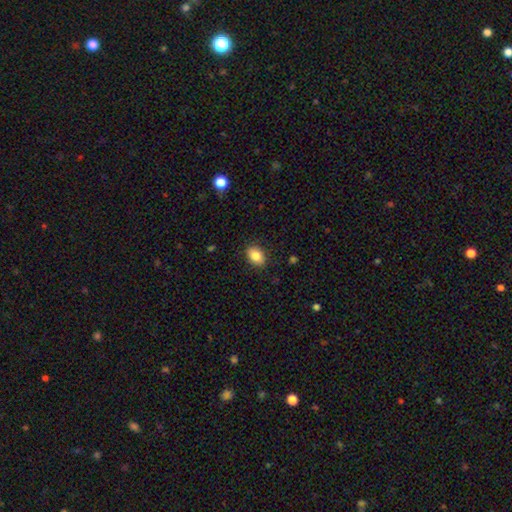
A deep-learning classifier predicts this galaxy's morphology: Smooth or featured? smooth (85%)
How rounded? in between (82%)
Merging? none (87%)